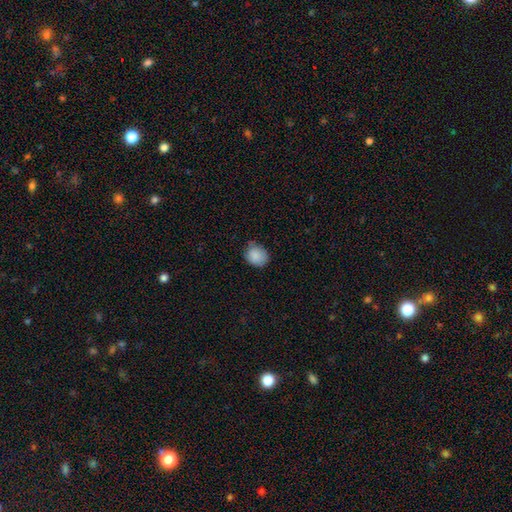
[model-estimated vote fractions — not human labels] Morphology: type=smooth (87%); roundness=round (56%); merging=none (65%).